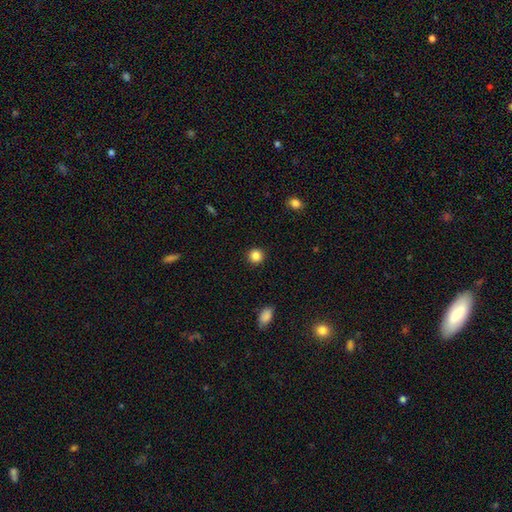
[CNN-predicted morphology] The model was most divided on "smooth or featured": smooth: 86%, star or artifact: 11%, featured or disk: 4%. More confident: how rounded — round (93%); merging — none (92%).